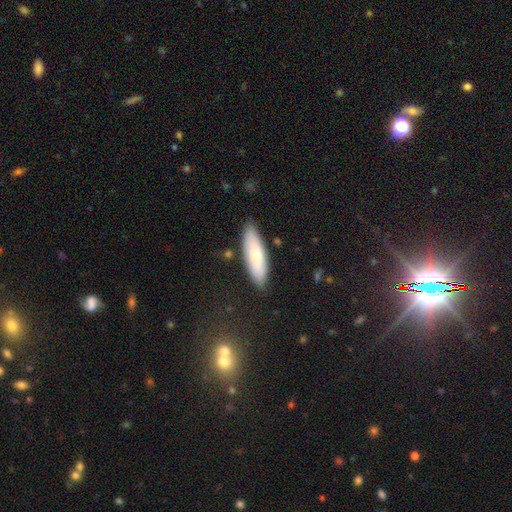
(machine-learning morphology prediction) Smooth or featured? Predicted: smooth (p=0.76). How rounded? Predicted: cigar-shaped (p=0.56). Merging? Predicted: none (p=0.85).